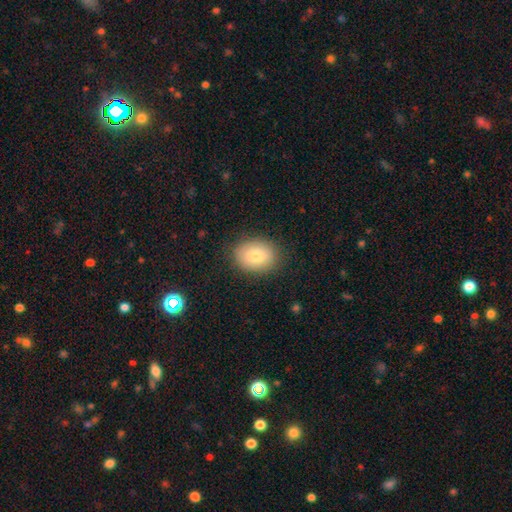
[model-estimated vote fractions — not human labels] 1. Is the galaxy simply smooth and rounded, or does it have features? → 79% smooth, 13% featured or disk, 8% star or artifact.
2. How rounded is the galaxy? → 71% in between, 28% round, 1% cigar-shaped.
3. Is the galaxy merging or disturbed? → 86% none, 11% minor disturbance, 3% major disturbance, 1% merger.